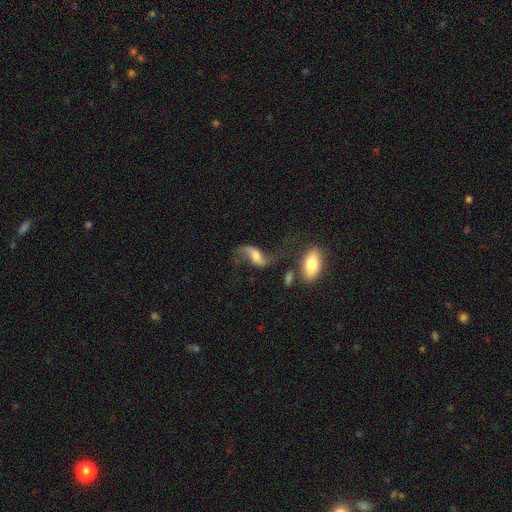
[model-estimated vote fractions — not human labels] Q: Smooth or featured?
A: featured or disk (77%); runner-up: smooth (15%)
Q: Edge-on disk?
A: no (92%); runner-up: yes (8%)
Q: Bar?
A: weak (40%); runner-up: no (36%)
Q: Spiral arms?
A: yes (93%); runner-up: no (7%)
Q: Spiral winding?
A: loose (91%); runner-up: medium (7%)
Q: Spiral arm count?
A: 2 (91%); runner-up: 1 (4%)
Q: Bulge size?
A: moderate (37%); runner-up: small (31%)
Q: Merging?
A: none (54%); runner-up: minor disturbance (18%)